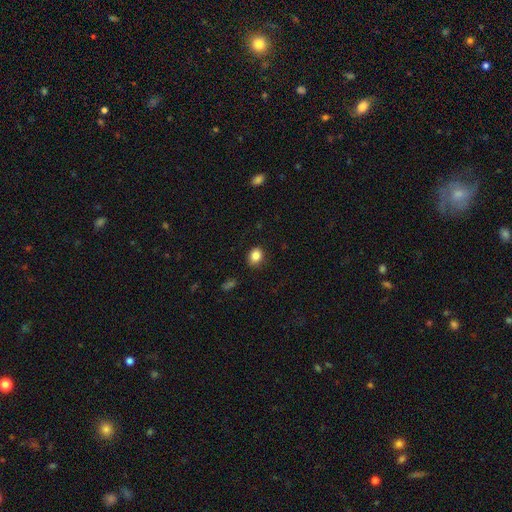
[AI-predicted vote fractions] Smooth or featured? Predicted: smooth (p=0.85). How rounded? Predicted: in between (p=0.51). Merging? Predicted: none (p=0.84).